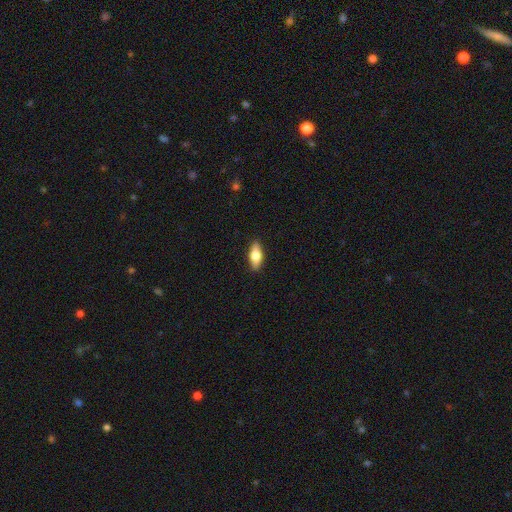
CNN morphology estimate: Overall: smooth (68%). How rounded: in between (75%). Merging: none (89%).